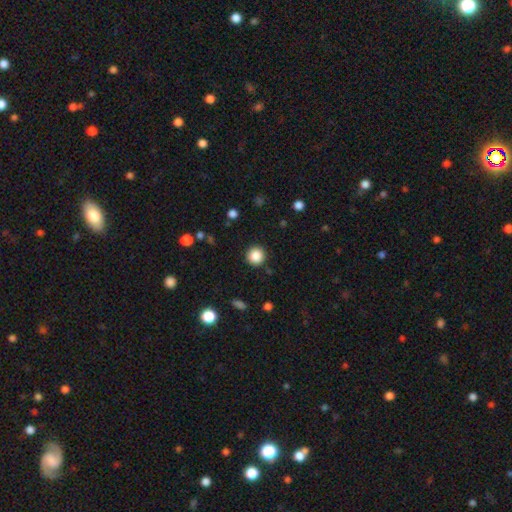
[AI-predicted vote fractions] Overall: smooth (87%). How rounded: round (94%). Merging: none (91%).